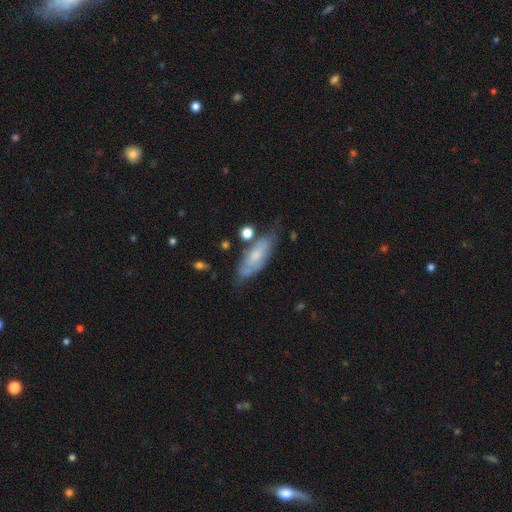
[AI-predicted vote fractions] Morphology: type=smooth (54%); roundness=in between (67%); merging=none (55%).